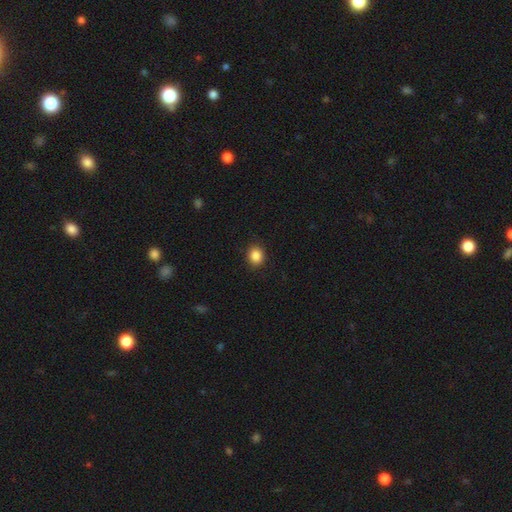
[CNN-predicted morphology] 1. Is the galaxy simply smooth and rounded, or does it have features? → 87% smooth, 10% star or artifact, 4% featured or disk.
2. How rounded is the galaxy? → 69% round, 30% in between, 1% cigar-shaped.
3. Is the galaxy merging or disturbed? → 90% none, 7% minor disturbance, 2% major disturbance, 1% merger.